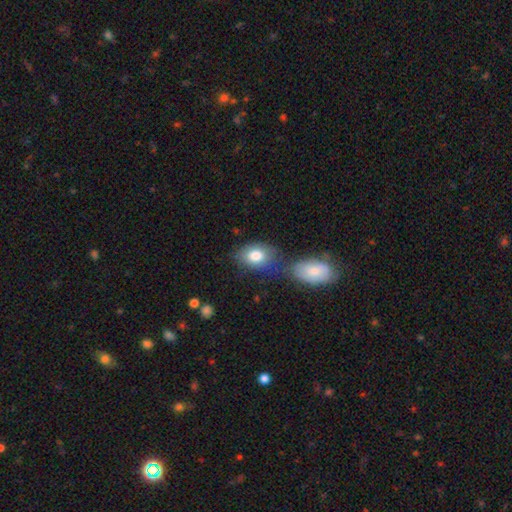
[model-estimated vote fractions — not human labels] This appears to be a smooth galaxy with no disk features (82%) that is in between round and cigar-shaped (76%). Merging: none (56%).